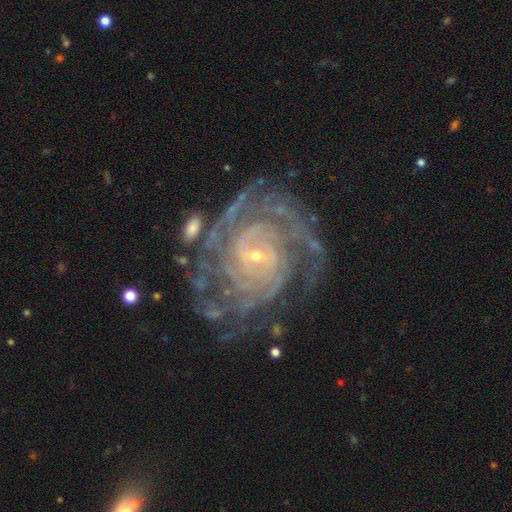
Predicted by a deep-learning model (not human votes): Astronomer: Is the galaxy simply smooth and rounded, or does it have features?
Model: featured or disk — 90%.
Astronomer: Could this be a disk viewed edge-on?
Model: no — 98%.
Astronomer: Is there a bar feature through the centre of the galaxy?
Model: no — 53% (runner-up: weak, 35%).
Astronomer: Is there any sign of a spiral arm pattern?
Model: yes — 98%.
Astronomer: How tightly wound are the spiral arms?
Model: tight — 74%.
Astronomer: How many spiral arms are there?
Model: can't tell — 23% (runner-up: 4, 21%).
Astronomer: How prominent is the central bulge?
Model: small — 83%.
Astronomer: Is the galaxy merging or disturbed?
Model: none — 69%.